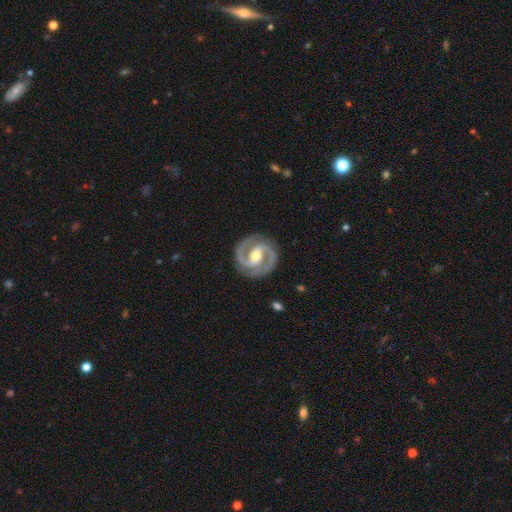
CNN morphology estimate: A featured or disk galaxy (93%) with a strong bar (45%), 2 (94%) tight (48%) spiral arms (98%) and a moderate central bulge (69%).

Vote fractions:
- Smooth or featured? featured or disk: 93% / smooth: 4% / star or artifact: 4%
- Edge-on disk? no: 98% / yes: 2%
- Bar? strong: 45% / weak: 36% / no: 19%
- Spiral arms? yes: 98% / no: 2%
- Spiral winding? tight: 48% / medium: 46% / loose: 6%
- Spiral arm count? 2: 94% / can't tell: 2% / 3: 2% / 1: 1% / 4: 1% / more than 4: 1%
- Bulge size? moderate: 69% / small: 25% / large: 4% / none: 1% / dominant: 1%
- Merging? none: 88% / minor disturbance: 9% / major disturbance: 2% / merger: 1%